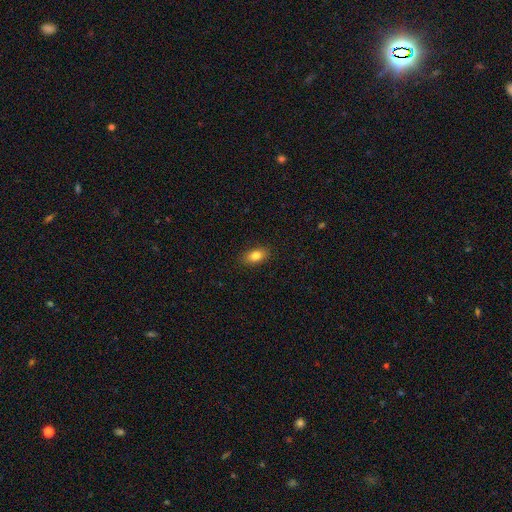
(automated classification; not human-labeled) A smooth galaxy with no disk features (83%) that is in between round and cigar-shaped (87%). Merging: none (88%).